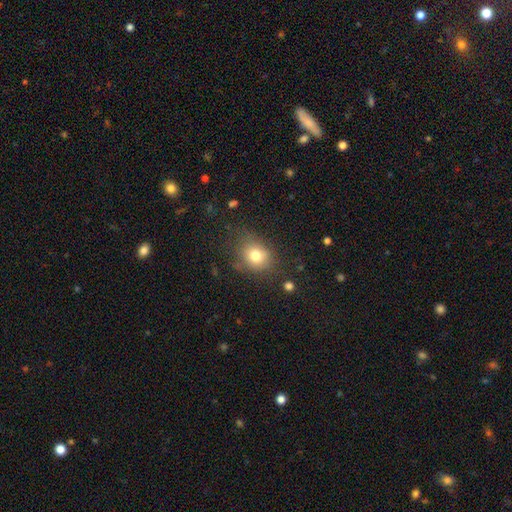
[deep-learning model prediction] This is likely a smooth galaxy (77%). How rounded: likely round (60%). Merging: likely none (70%).